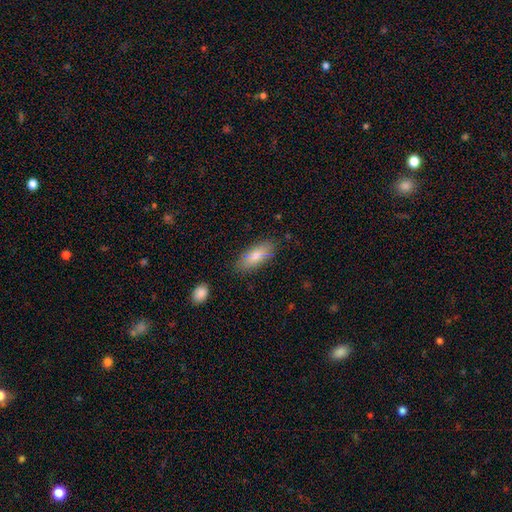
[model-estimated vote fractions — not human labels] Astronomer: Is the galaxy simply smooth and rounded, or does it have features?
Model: smooth — 81%.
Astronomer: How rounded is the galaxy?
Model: in between — 77%.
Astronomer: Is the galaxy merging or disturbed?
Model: none — 82%.